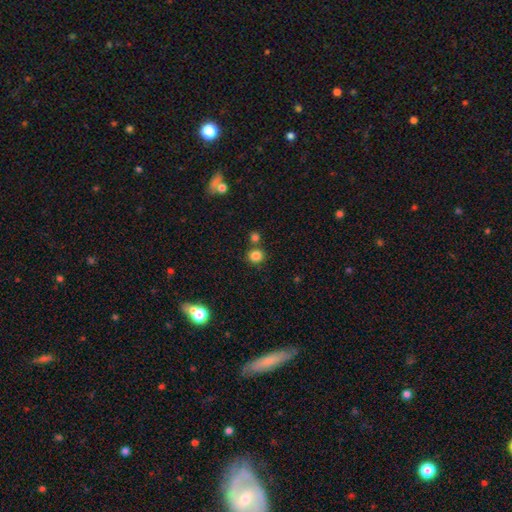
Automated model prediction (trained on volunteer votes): smooth_or_featured: smooth (p=0.83) [alt: star or artifact p=0.12]
how_rounded: round (p=0.85) [alt: in between p=0.14]
merging: none (p=0.72) [alt: merger p=0.16]